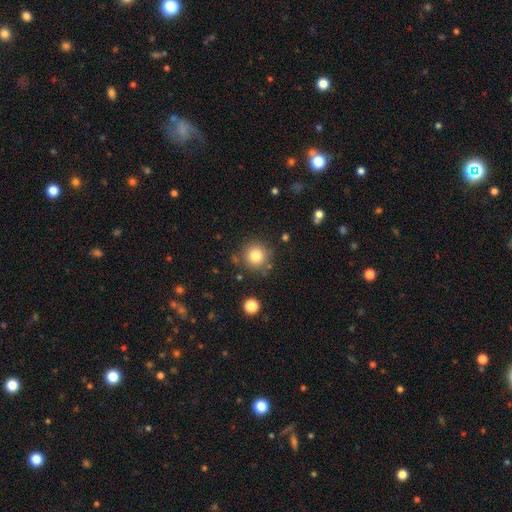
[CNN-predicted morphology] smooth_or_featured: smooth (p=0.81) [alt: star or artifact p=0.11]
how_rounded: round (p=0.94) [alt: in between p=0.05]
merging: none (p=0.82) [alt: minor disturbance p=0.10]